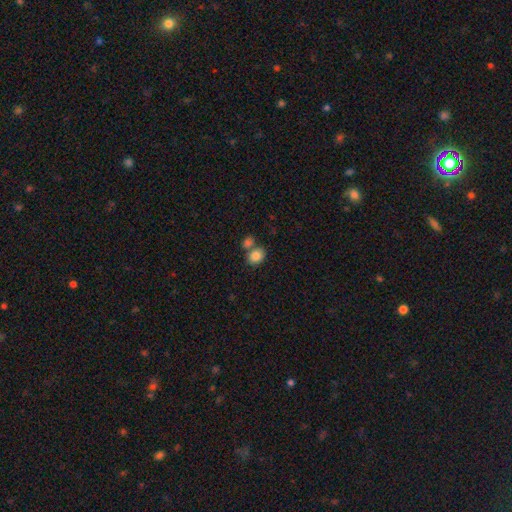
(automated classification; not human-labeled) Smooth or featured?
  - smooth: 85% *
  - star or artifact: 9%
  - featured or disk: 6%
How rounded?
  - in between: 51% *
  - round: 48%
  - cigar-shaped: 1%
Merging?
  - none: 50% *
  - merger: 37%
  - minor disturbance: 10%
  - major disturbance: 3%